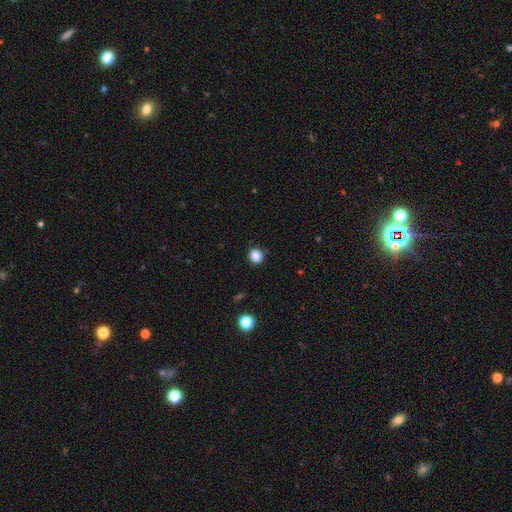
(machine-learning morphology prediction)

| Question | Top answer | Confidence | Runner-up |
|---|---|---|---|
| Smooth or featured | smooth | 86% | star or artifact (11%) |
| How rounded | round | 78% | in between (21%) |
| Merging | none | 85% | minor disturbance (11%) |